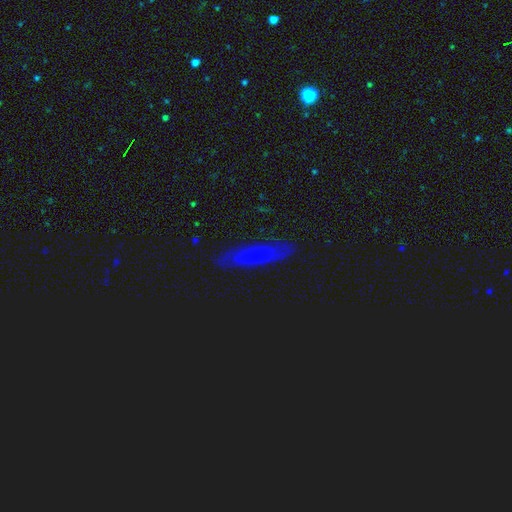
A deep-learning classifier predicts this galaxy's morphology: type=smooth (48%); merging=none (83%).